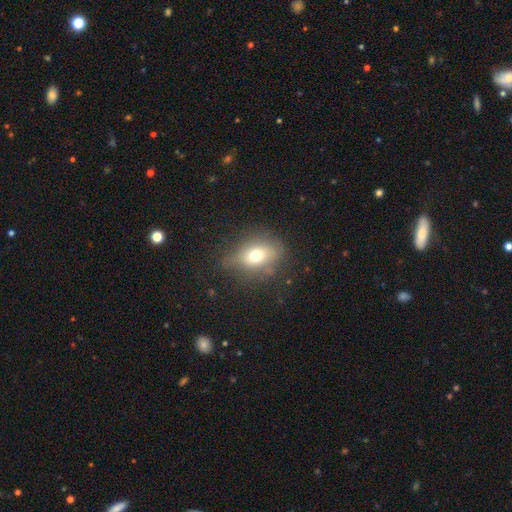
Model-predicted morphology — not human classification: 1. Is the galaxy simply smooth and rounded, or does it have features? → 67% smooth, 21% featured or disk, 12% star or artifact.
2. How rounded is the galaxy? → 62% in between, 35% round, 3% cigar-shaped.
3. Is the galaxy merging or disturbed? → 66% none, 23% minor disturbance, 10% major disturbance, 2% merger.